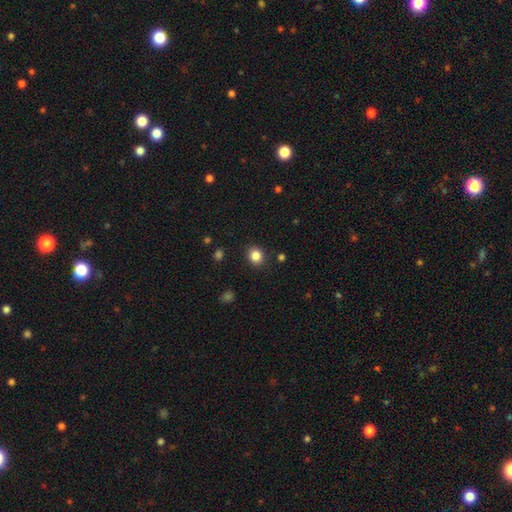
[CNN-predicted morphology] This is clearly a smooth galaxy (84%). How rounded: likely round (72%). Merging: clearly none (88%).